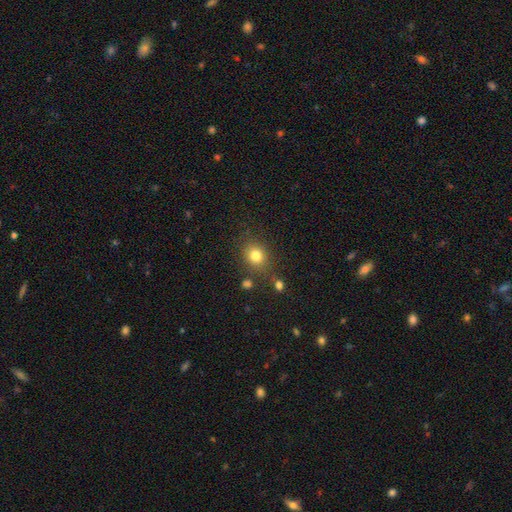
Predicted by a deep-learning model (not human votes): This appears to be a smooth galaxy with no disk features (80%) that is round (73%). Merging: none (78%).